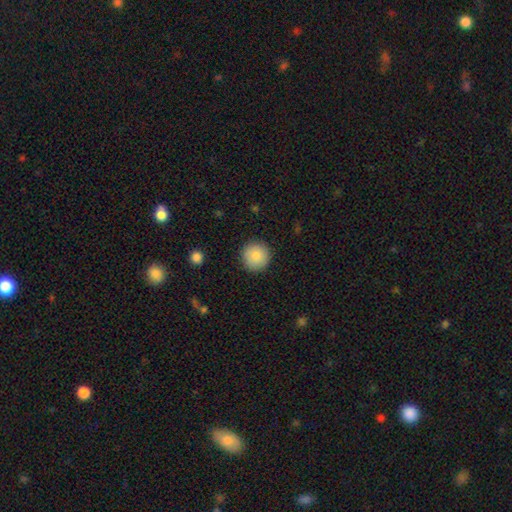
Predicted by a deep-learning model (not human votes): Overall: smooth (85%). How rounded: round (95%). Merging: none (91%).